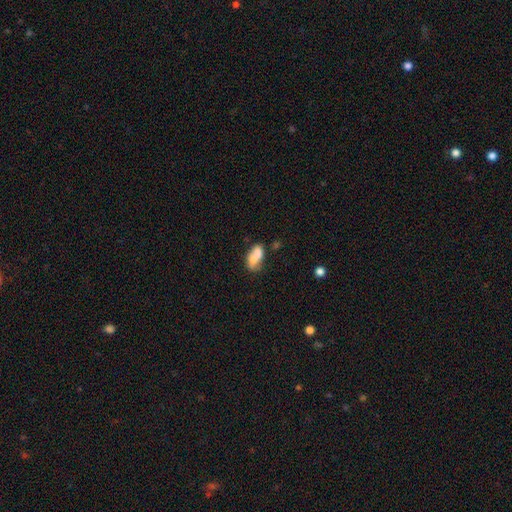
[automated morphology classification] Q: Smooth or featured?
A: smooth (67%); runner-up: featured or disk (24%)
Q: How rounded?
A: in between (84%); runner-up: round (10%)
Q: Merging?
A: merger (47%); runner-up: none (29%)